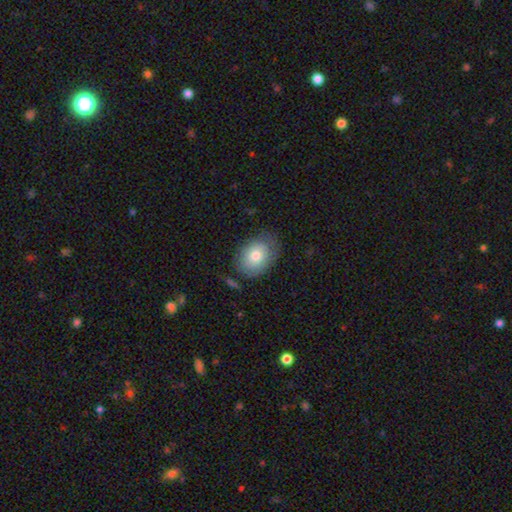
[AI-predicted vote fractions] Smooth or featured: smooth — 75% (featured or disk — 17%)
How rounded: in between — 67% (round — 32%)
Merging: none — 70% (minor disturbance — 21%)